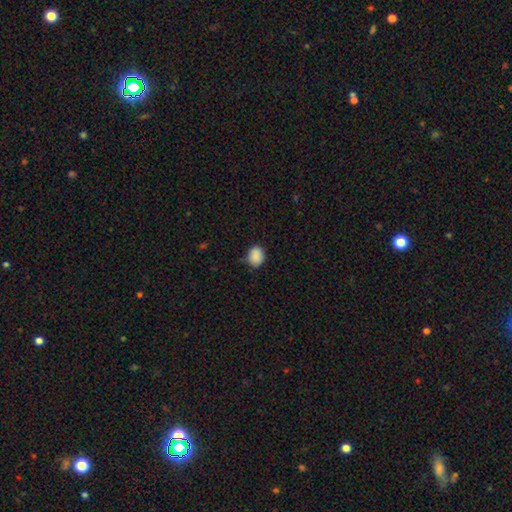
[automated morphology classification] This is clearly a smooth galaxy (89%). How rounded: possibly in between (50%). Merging: likely none (75%).